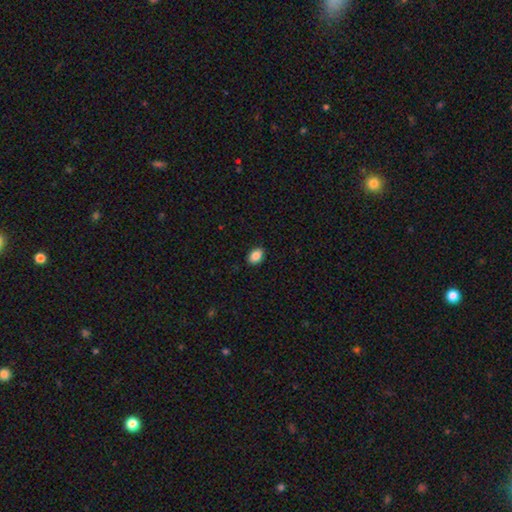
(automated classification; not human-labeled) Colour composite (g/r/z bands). It shows a smooth galaxy with no disk features (88%) that is in between round and cigar-shaped (80%). Merging: none (90%).